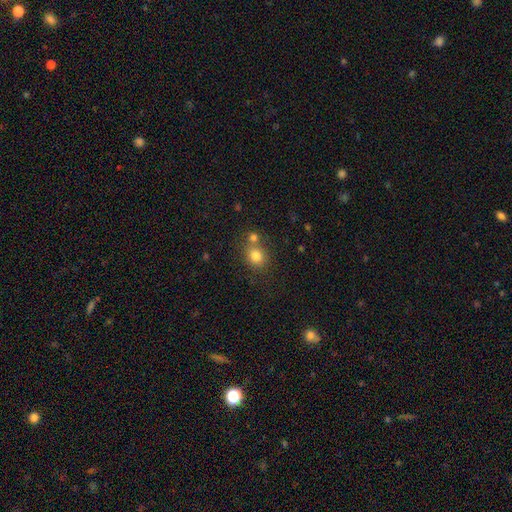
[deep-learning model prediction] smooth_or_featured: smooth (p=0.80) [alt: star or artifact p=0.12]
how_rounded: round (p=0.71) [alt: in between p=0.29]
merging: none (p=0.58) [alt: merger p=0.29]